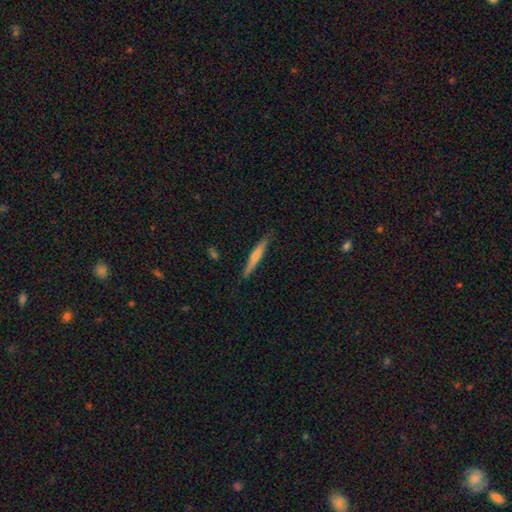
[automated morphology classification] smooth_or_featured: featured or disk (p=0.52) [alt: smooth p=0.41]
disk_edge_on: yes (p=0.97) [alt: no p=0.03]
edge_on_bulge: rounded (p=0.56) [alt: none p=0.35]
merging: none (p=0.88) [alt: minor disturbance p=0.10]